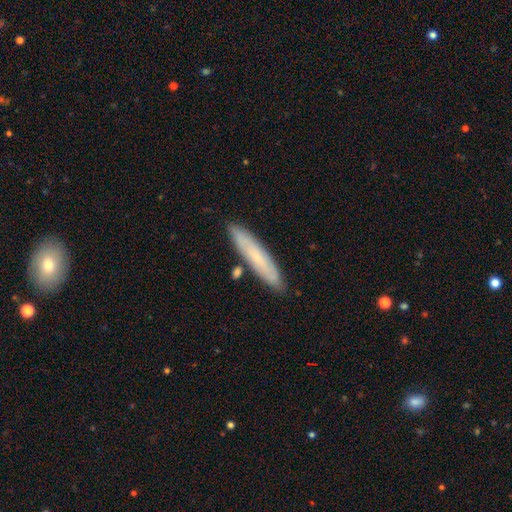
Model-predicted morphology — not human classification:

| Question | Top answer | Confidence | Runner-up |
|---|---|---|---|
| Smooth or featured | smooth | 60% | featured or disk (33%) |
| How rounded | cigar-shaped | 87% | in between (11%) |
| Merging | none | 84% | minor disturbance (11%) |